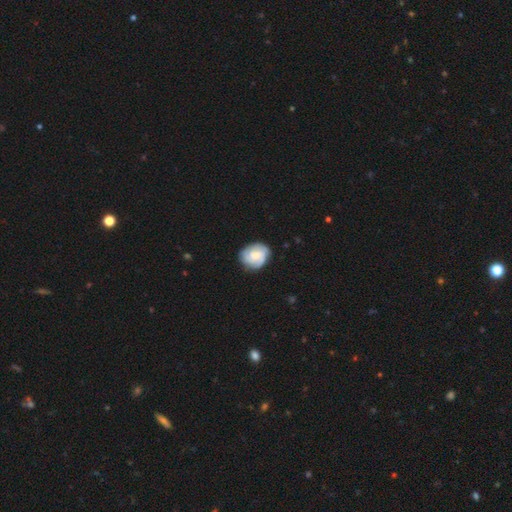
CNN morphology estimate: smooth-or-featured: featured or disk: 63% | smooth: 30% | star or artifact: 6%
  disk-edge-on: no: 98% | yes: 2%
    bar: no: 59% | weak: 34% | strong: 6%
    has-spiral-arms: yes: 93% | no: 7%
      spiral-winding: tight: 58% | medium: 33% | loose: 9%
      spiral-arm-count: 3: 41% | can't tell: 22% | 2: 21% | 4: 8% | 1: 4% | more than 4: 4%
    bulge-size: moderate: 39% | small: 31% | none: 15% | large: 13% | dominant: 2%
  merging: none: 77% | minor disturbance: 17% | major disturbance: 5% | merger: 1%